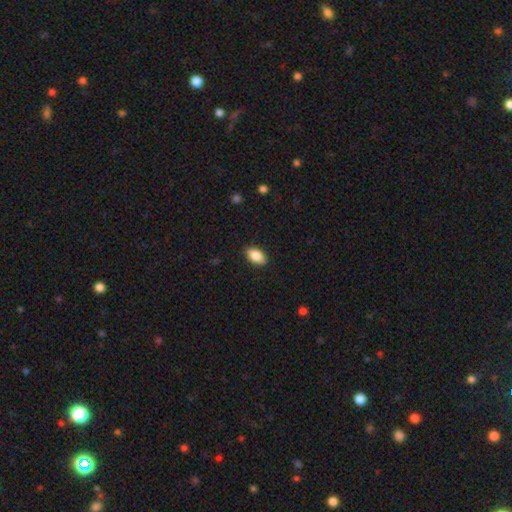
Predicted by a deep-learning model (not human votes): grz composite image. It shows a smooth galaxy with no disk features (86%) that is in between round and cigar-shaped (93%). Merging: none (89%).